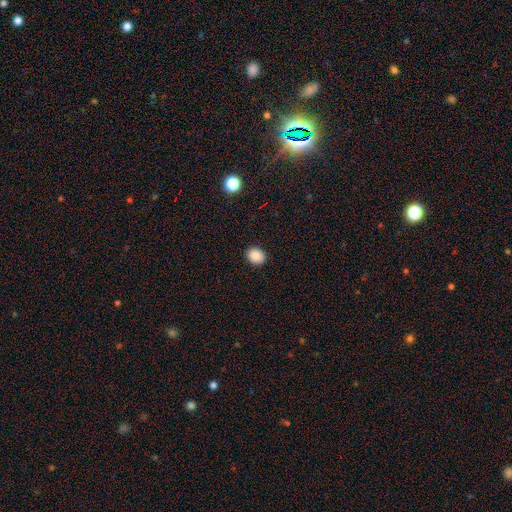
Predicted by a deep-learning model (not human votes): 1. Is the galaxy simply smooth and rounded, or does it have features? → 88% smooth, 9% star or artifact, 3% featured or disk.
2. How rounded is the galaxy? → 56% round, 43% in between, 1% cigar-shaped.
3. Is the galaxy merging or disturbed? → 91% none, 6% minor disturbance, 2% major disturbance, 1% merger.